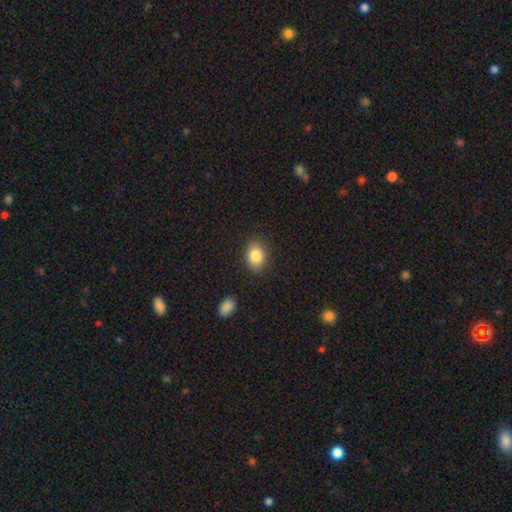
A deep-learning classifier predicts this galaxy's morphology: smooth_or_featured: smooth (p=0.84) [alt: star or artifact p=0.08]
how_rounded: in between (p=0.68) [alt: round p=0.31]
merging: none (p=0.84) [alt: minor disturbance p=0.11]